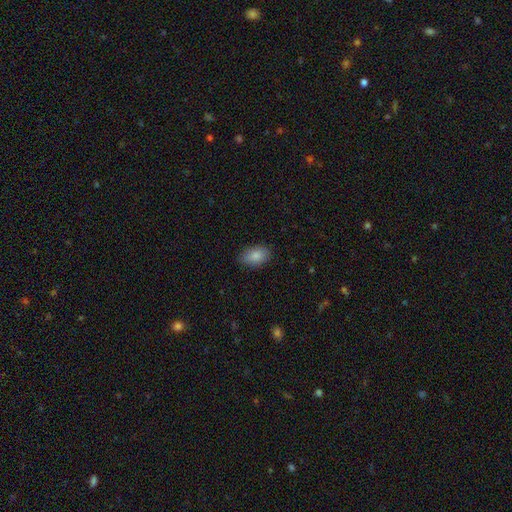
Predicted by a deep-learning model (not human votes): This appears to be a smooth galaxy with no disk features (87%) that is in between round and cigar-shaped (90%). Merging: none (85%).